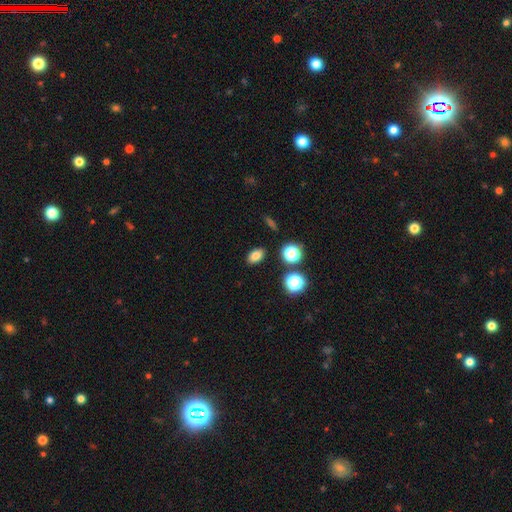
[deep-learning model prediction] This appears to be a smooth galaxy with no disk features (79%) that is in between round and cigar-shaped (80%). Merging: none (86%).